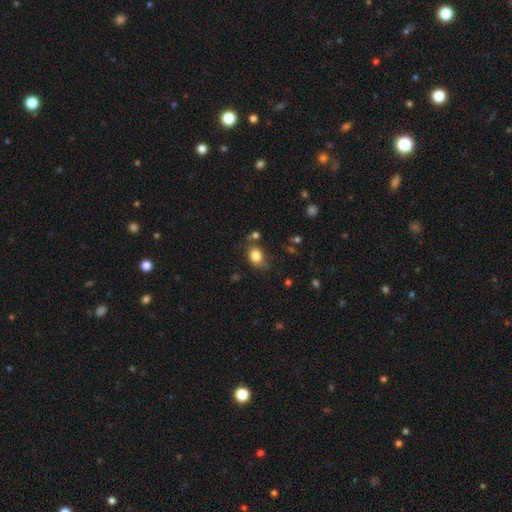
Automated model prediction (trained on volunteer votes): Smooth or featured? smooth (83%)
How rounded? in between (62%)
Merging? none (70%)